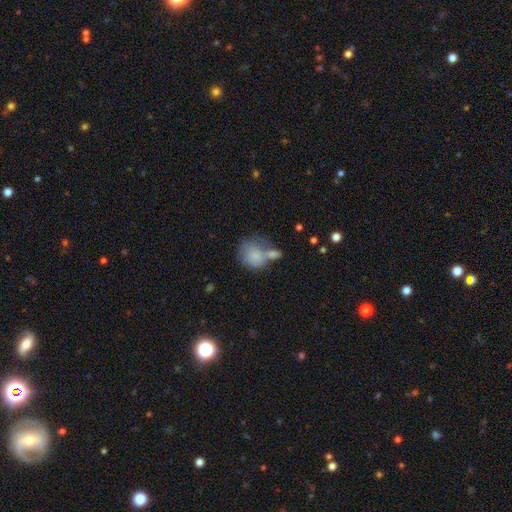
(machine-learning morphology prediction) This appears to be a smooth galaxy with no disk features (76%) that is round (65%). Merging: merger (41%).